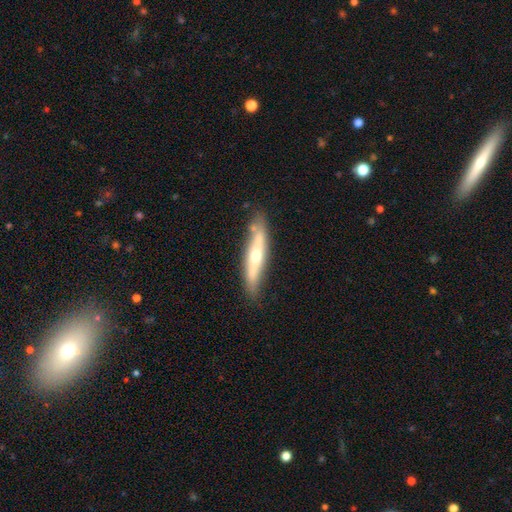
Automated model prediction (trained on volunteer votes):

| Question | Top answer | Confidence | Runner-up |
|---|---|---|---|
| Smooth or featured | featured or disk | 56% | smooth (39%) |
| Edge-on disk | yes | 74% | no (26%) |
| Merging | none | 74% | minor disturbance (17%) |